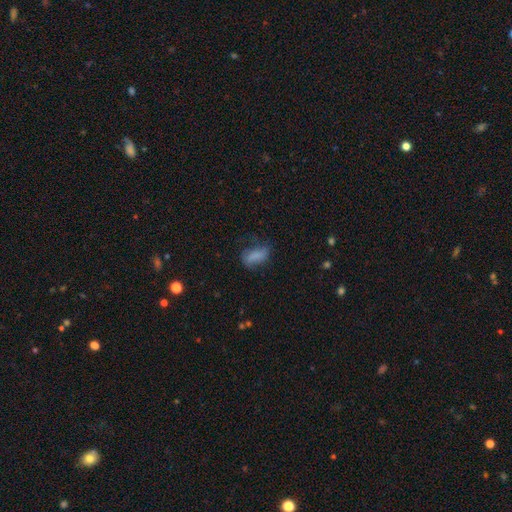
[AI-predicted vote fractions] Morphology: type=smooth (75%); roundness=in between (84%); merging=none (52%).